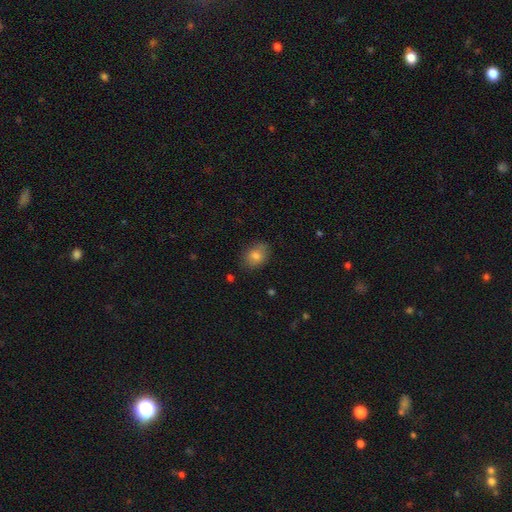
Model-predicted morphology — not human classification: A smooth galaxy with no disk features (81%) that is in between round and cigar-shaped (68%). Merging: none (78%).